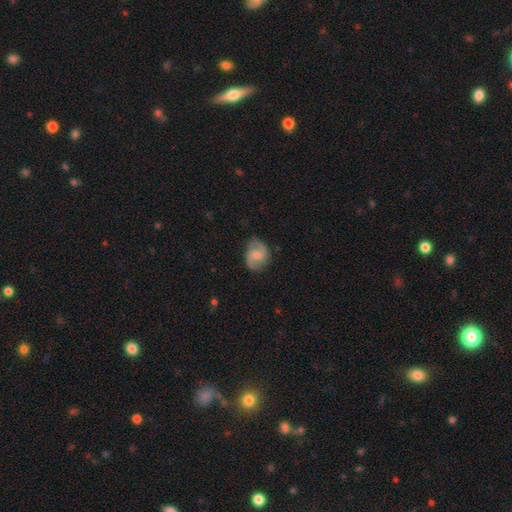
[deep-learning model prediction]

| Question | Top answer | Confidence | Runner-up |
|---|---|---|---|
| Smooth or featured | featured or disk | 75% | smooth (19%) |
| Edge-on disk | no | 98% | yes (2%) |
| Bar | weak | 52% | no (36%) |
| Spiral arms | yes | 94% | no (6%) |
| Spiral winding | medium | 50% | loose (35%) |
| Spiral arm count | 2 | 90% | can't tell (5%) |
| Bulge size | small | 41% | moderate (36%) |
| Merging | none | 75% | minor disturbance (18%) |